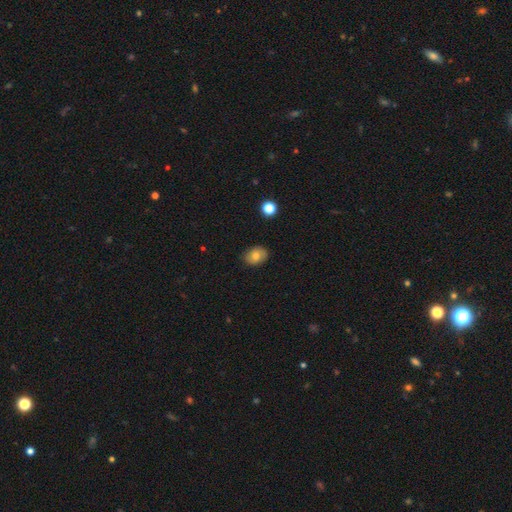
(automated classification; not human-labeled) smooth_or_featured: smooth (p=0.73) [alt: featured or disk p=0.18]
how_rounded: in between (p=0.66) [alt: round p=0.32]
merging: none (p=0.84) [alt: minor disturbance p=0.13]